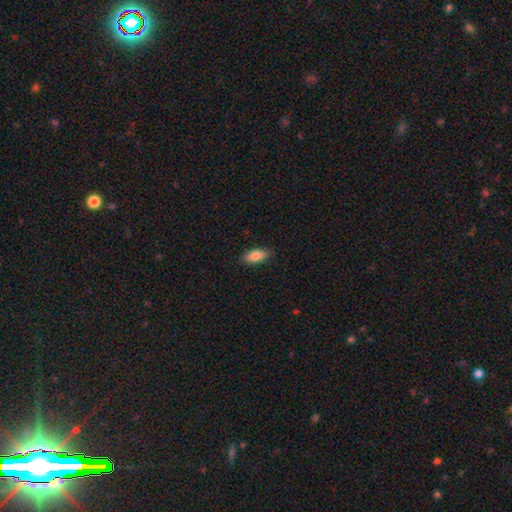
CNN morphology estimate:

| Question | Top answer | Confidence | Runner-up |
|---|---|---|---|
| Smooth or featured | smooth | 79% | featured or disk (14%) |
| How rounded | in between | 79% | cigar-shaped (19%) |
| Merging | none | 88% | minor disturbance (9%) |